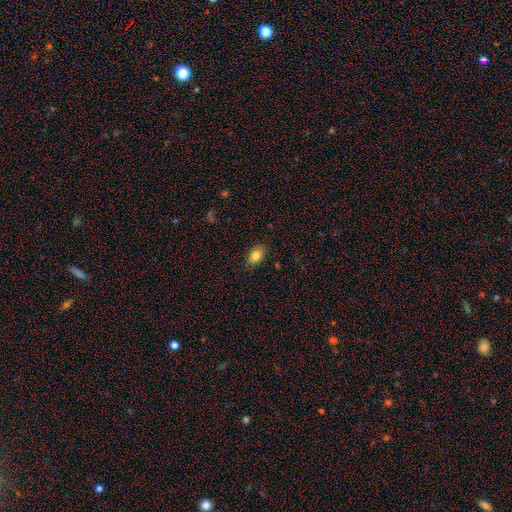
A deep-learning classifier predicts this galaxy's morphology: This is clearly a smooth galaxy (83%). How rounded: clearly in between (86%). Merging: clearly none (86%).